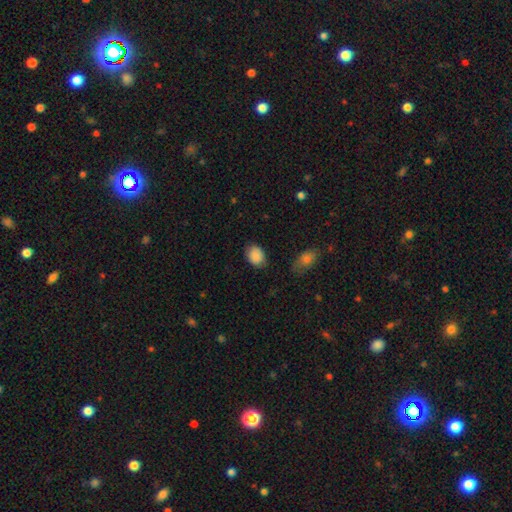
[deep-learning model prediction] This is clearly a smooth galaxy (88%). How rounded: likely in between (71%). Merging: likely none (78%).